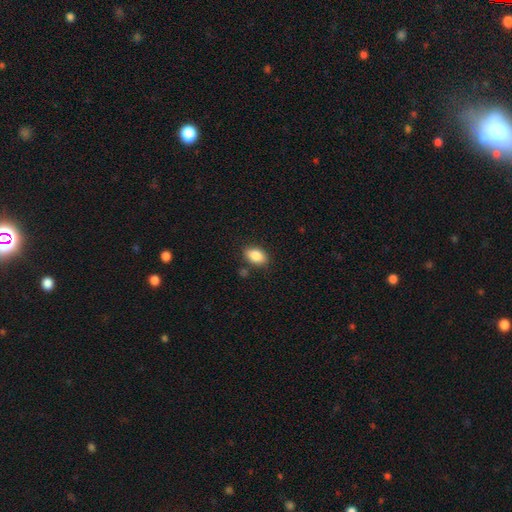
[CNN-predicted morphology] Smooth or featured? Predicted: smooth (p=0.86). How rounded? Predicted: in between (p=0.85). Merging? Predicted: none (p=0.82).